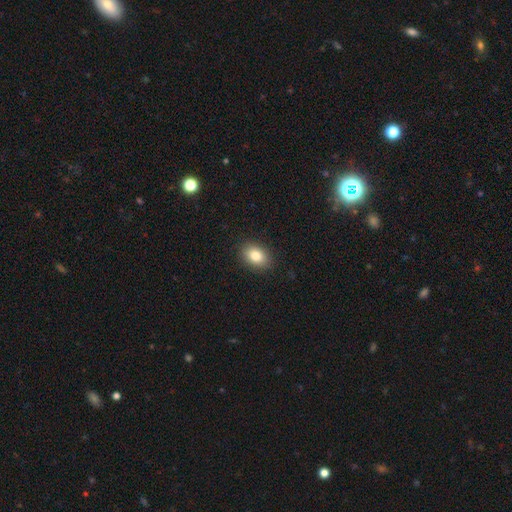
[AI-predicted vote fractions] smooth-or-featured: smooth: 83% | star or artifact: 9% | featured or disk: 8%
  how-rounded: in between: 79% | round: 20% | cigar-shaped: 1%
  merging: none: 89% | minor disturbance: 8% | major disturbance: 2% | merger: 1%